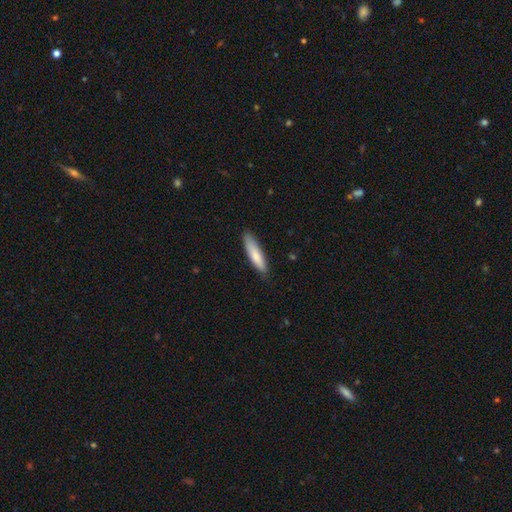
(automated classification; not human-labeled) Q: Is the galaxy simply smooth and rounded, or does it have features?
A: smooth — 80%.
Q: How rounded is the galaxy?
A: cigar-shaped — 75%.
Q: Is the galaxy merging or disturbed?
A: none — 83%.